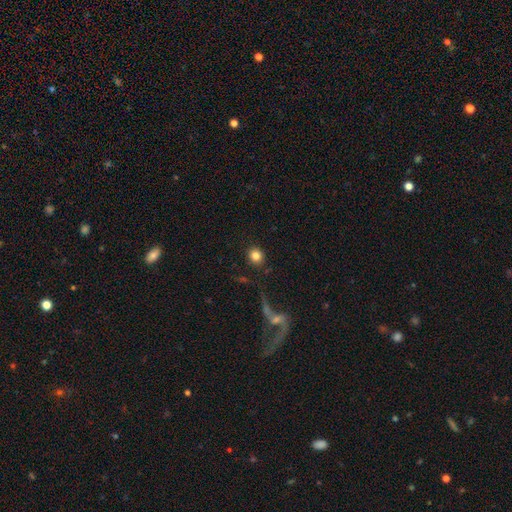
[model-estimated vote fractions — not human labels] A smooth galaxy with no disk features (83%) that is round (85%). Merging: none (85%).